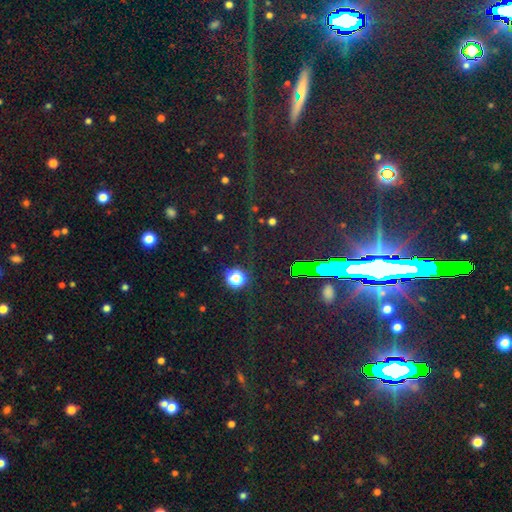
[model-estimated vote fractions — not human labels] This is likely a star or artifact rather than a galaxy (78%).